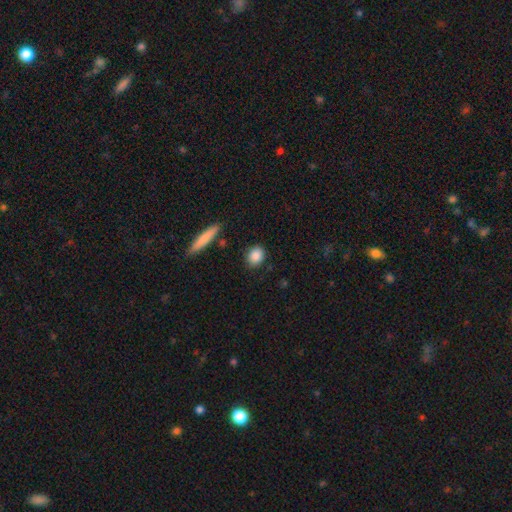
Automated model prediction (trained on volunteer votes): A smooth galaxy with no disk features (87%) that is round (57%). Merging: none (85%).